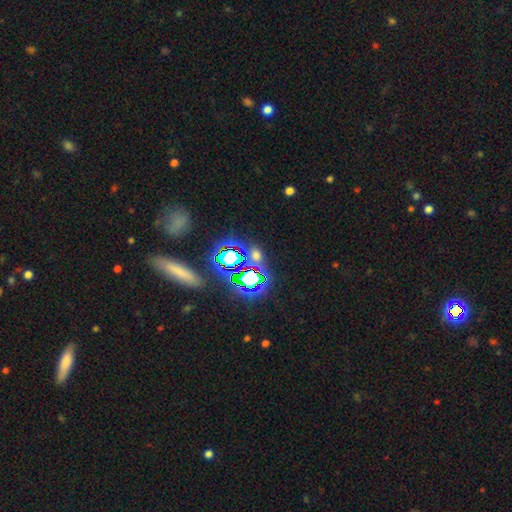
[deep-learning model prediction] smooth_or_featured: star or artifact (p=0.56) [alt: smooth p=0.33]